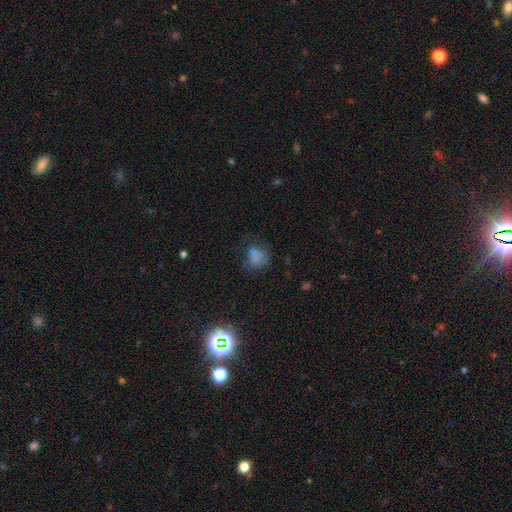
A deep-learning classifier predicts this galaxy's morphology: This appears to be a smooth galaxy with no disk features (75%) that is round (51%). Merging: none (48%).